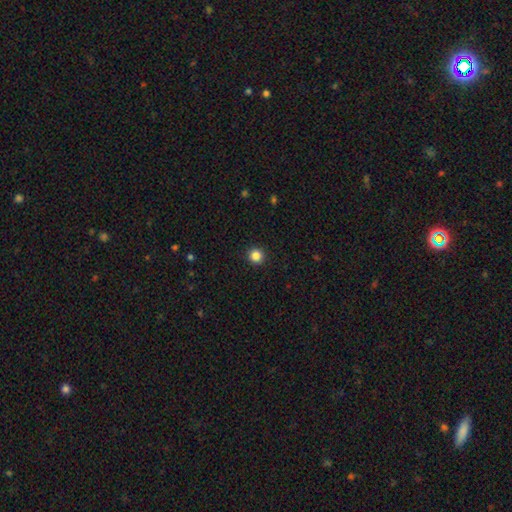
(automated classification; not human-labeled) Morphology: type=smooth (85%); roundness=round (95%); merging=none (93%).